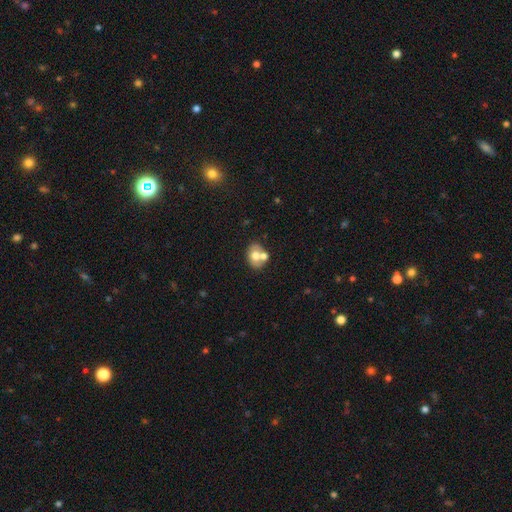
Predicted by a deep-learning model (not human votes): smooth_or_featured: smooth (p=0.64) [alt: featured or disk p=0.27]
how_rounded: in between (p=0.63) [alt: round p=0.36]
merging: none (p=0.49) [alt: merger p=0.34]